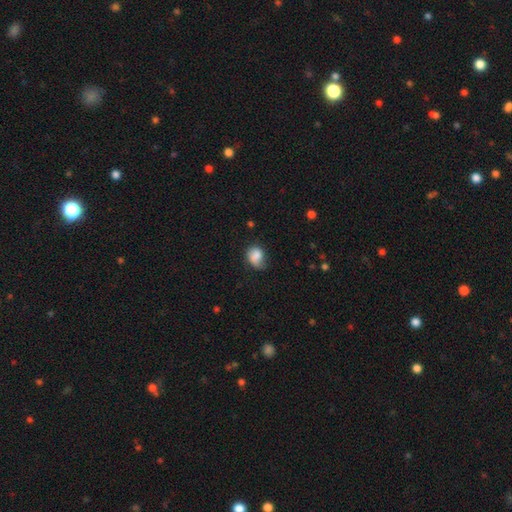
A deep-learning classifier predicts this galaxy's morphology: This appears to be a smooth galaxy with no disk features (80%) that is in between round and cigar-shaped (53%). Merging: none (45%).